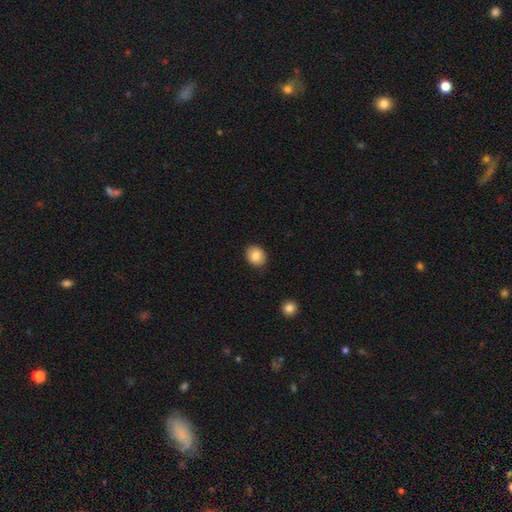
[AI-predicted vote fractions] A smooth galaxy with no disk features (84%) that is round (62%). Merging: none (86%).